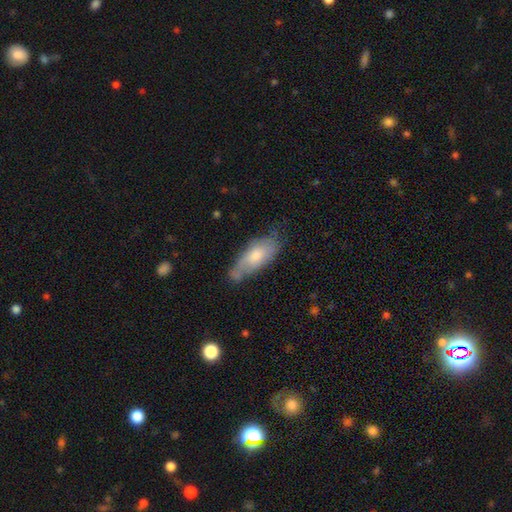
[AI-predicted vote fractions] Smooth or featured? Predicted: smooth (p=0.64). How rounded? Predicted: in between (p=0.73). Merging? Predicted: none (p=0.56).